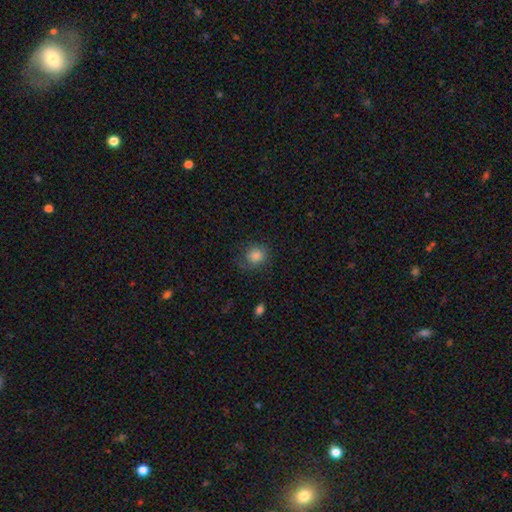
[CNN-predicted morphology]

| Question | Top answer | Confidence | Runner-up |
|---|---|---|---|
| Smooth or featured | smooth | 83% | star or artifact (11%) |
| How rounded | round | 86% | in between (13%) |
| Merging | none | 75% | minor disturbance (18%) |